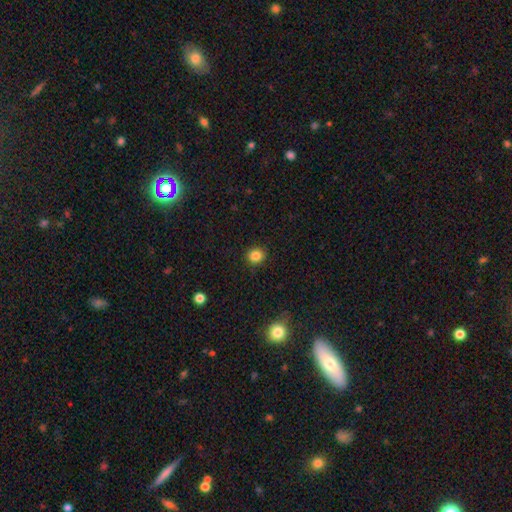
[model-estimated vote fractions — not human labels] This is clearly a smooth galaxy (84%). How rounded: clearly round (89%). Merging: clearly none (92%).